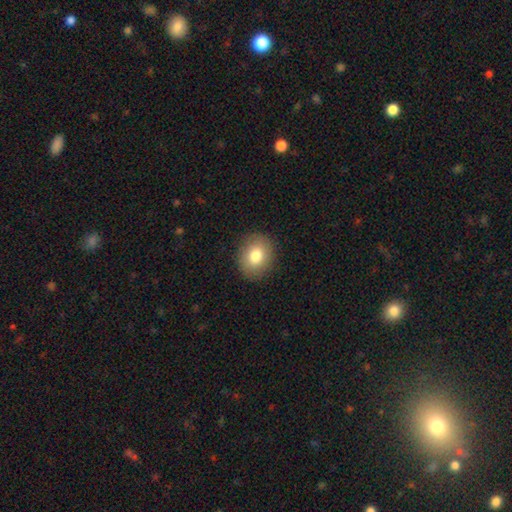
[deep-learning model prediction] Smooth or featured? smooth (79%)
How rounded? round (62%)
Merging? none (88%)